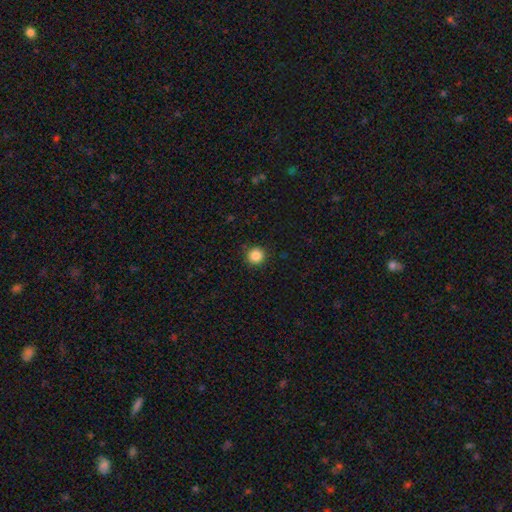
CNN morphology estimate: smooth 86%, star or artifact 11%, featured or disk 3%. Down the decision tree: how rounded — round (95%); merging — none (90%).